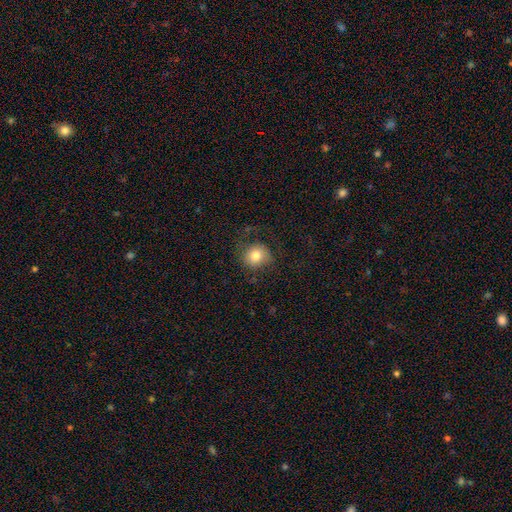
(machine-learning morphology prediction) This appears to be a smooth galaxy with no disk features (78%) that is round (86%). Merging: none (71%).